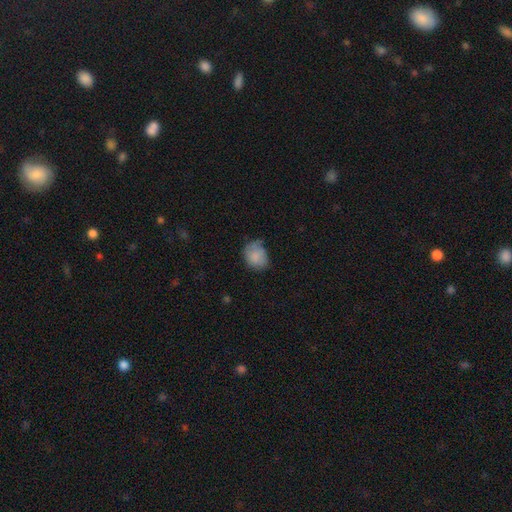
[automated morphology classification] Smooth or featured? smooth (80%)
How rounded? in between (52%)
Merging? none (47%)